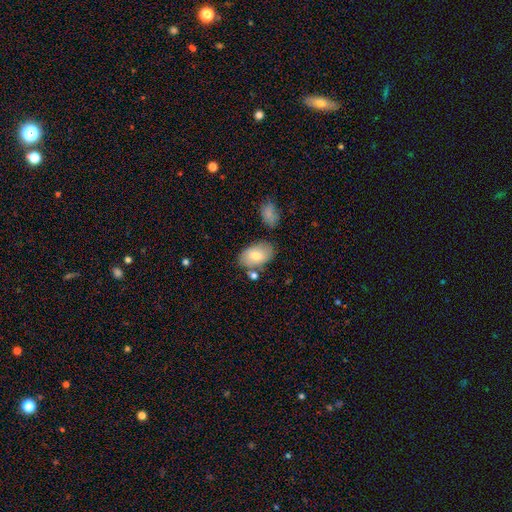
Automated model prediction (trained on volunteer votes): Smooth or featured? smooth (75%)
How rounded? in between (90%)
Merging? none (67%)